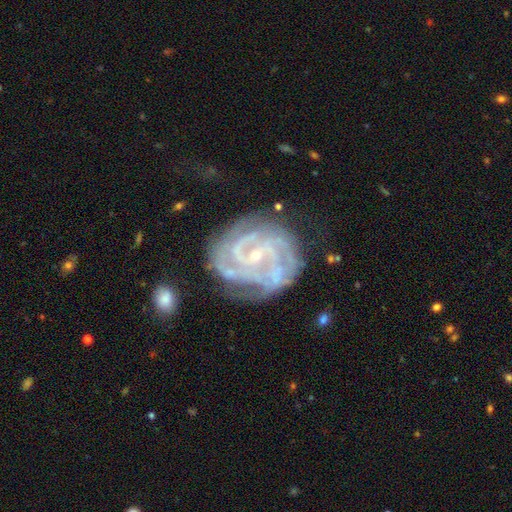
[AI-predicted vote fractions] This is clearly a featured or disk galaxy (90%). It is clearly not viewed edge-on (98%). Bar: possibly no (50%). Spiral arm pattern: clearly yes (97%). Spiral arm count: marginally 3 (25%). Spiral winding: likely tight (67%). Central bulge: clearly small (82%). Merging: likely none (67%).